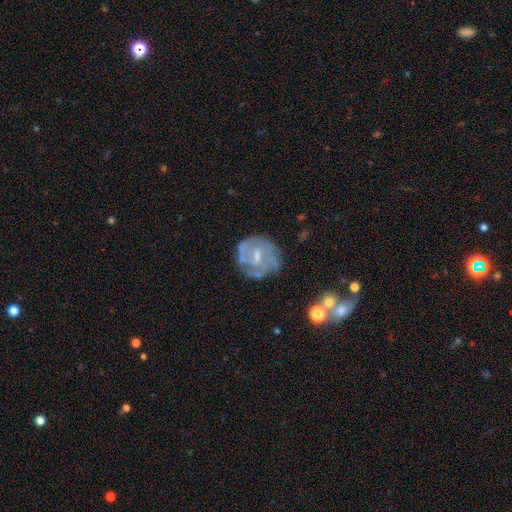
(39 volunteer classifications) smooth-or-featured: featured or disk: 87% | smooth: 13% | star or artifact: 0%
  disk-edge-on: no: 94% | yes: 6%
    bar: weak: 47% | strong: 44% | no: 9%
    has-spiral-arms: yes: 97% | no: 3%
      spiral-winding: tight: 61% | medium: 19% | loose: 19%
      spiral-arm-count: 2: 32% (tied) | 3: 32% (tied) | can't tell: 26% | 1: 10% | 4: 0% | more than 4: 0%
    bulge-size: small: 41% | moderate: 31% | none: 28% | dominant: 0% | large: 0%
  merging: none: 56% | minor disturbance: 28% | major disturbance: 15% | merger: 0%